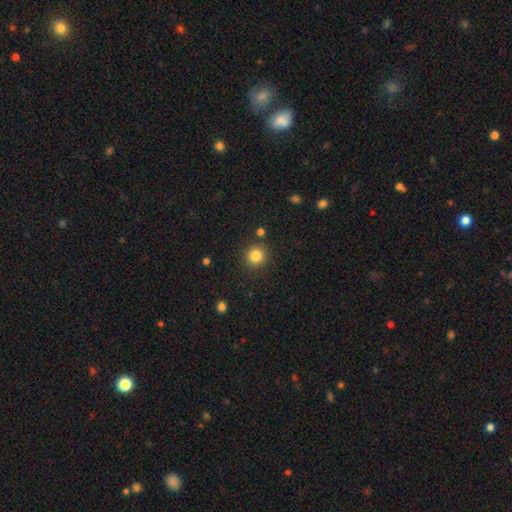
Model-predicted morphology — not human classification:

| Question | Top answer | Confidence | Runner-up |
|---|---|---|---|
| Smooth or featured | smooth | 84% | star or artifact (11%) |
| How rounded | round | 92% | in between (7%) |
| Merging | none | 88% | minor disturbance (7%) |